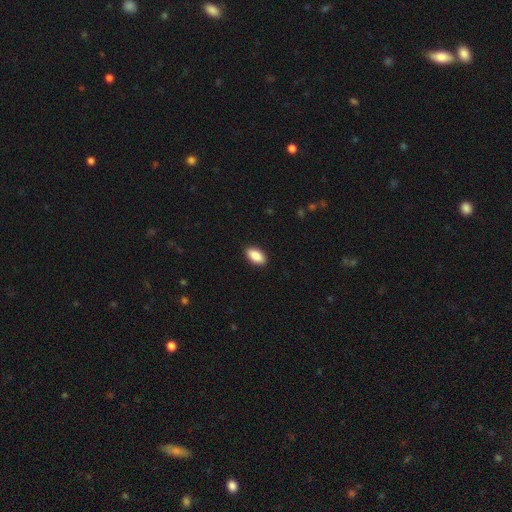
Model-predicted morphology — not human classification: type=smooth (88%); roundness=in between (93%); merging=none (89%).